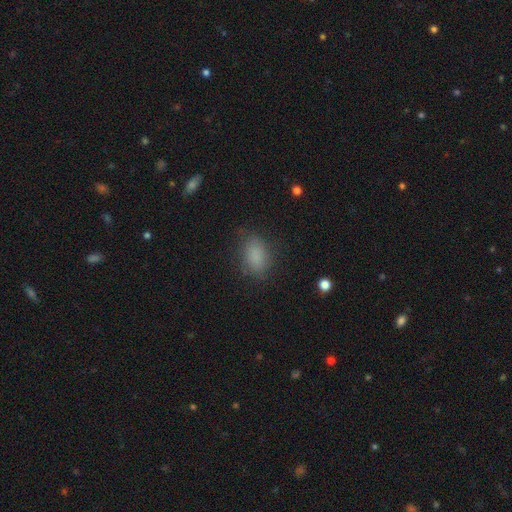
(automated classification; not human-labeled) Overall: smooth (85%). How rounded: in between (85%). Merging: none (78%).